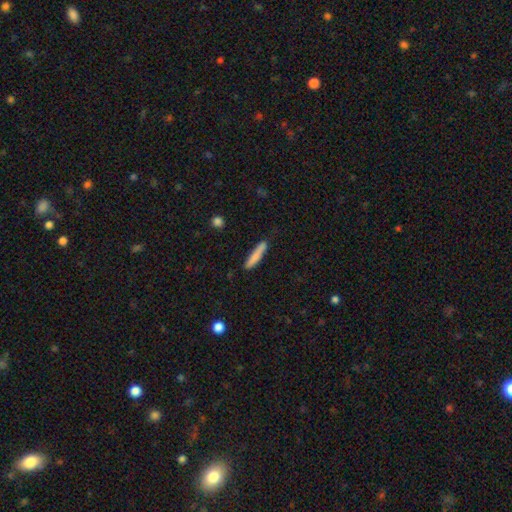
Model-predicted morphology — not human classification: smooth 79%, featured or disk 15%, star or artifact 6%. Down the decision tree: how rounded — cigar-shaped (91%); merging — none (84%).